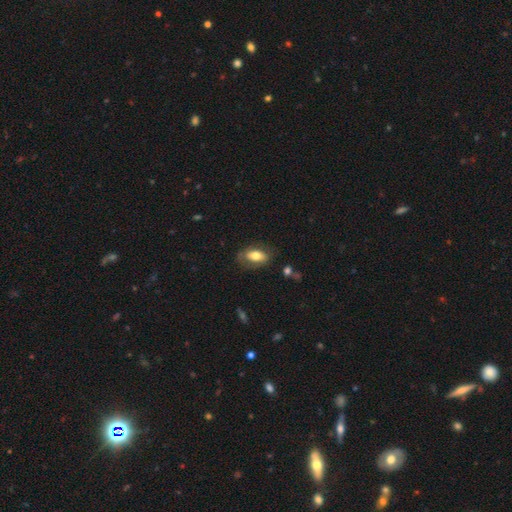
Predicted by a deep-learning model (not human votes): A smooth galaxy with no disk features (65%) that is in between round and cigar-shaped (88%).

Vote fractions:
- Smooth or featured? smooth: 65% / featured or disk: 29% / star or artifact: 7%
- How rounded? in between: 88% / cigar-shaped: 7% / round: 6%
- Merging? none: 68% / minor disturbance: 21% / major disturbance: 9% / merger: 2%